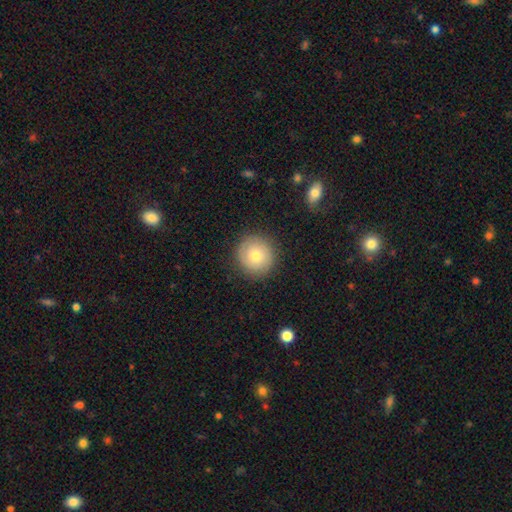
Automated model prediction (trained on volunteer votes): Smooth or featured? Predicted: smooth (p=0.69). How rounded? Predicted: round (p=0.93). Merging? Predicted: none (p=0.88).